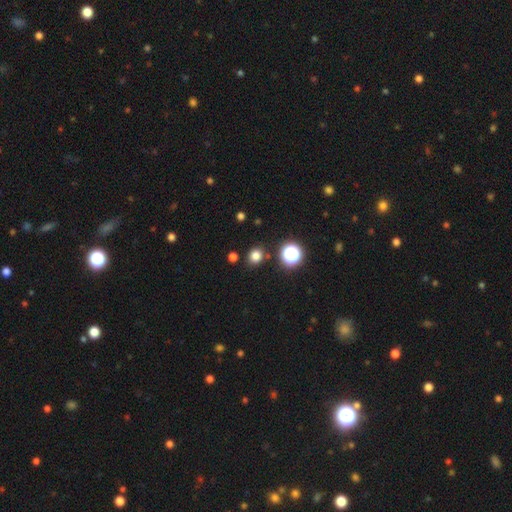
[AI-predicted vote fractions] smooth_or_featured: smooth (p=0.77) [alt: star or artifact p=0.18]
how_rounded: round (p=0.78) [alt: in between p=0.21]
merging: none (p=0.86) [alt: minor disturbance p=0.08]